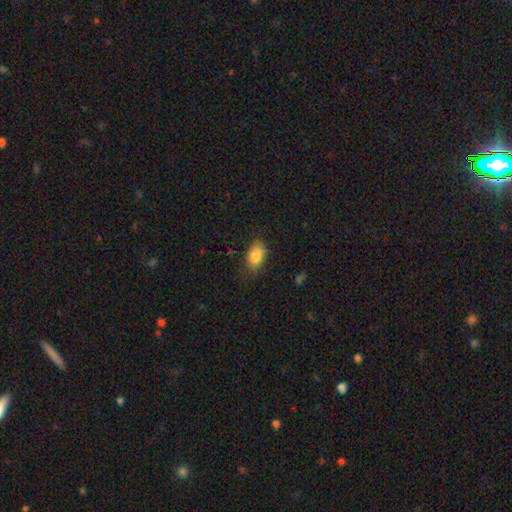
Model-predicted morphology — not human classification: Q: Smooth or featured?
A: smooth (85%); runner-up: featured or disk (8%)
Q: How rounded?
A: in between (86%); runner-up: round (12%)
Q: Merging?
A: none (73%); runner-up: minor disturbance (21%)